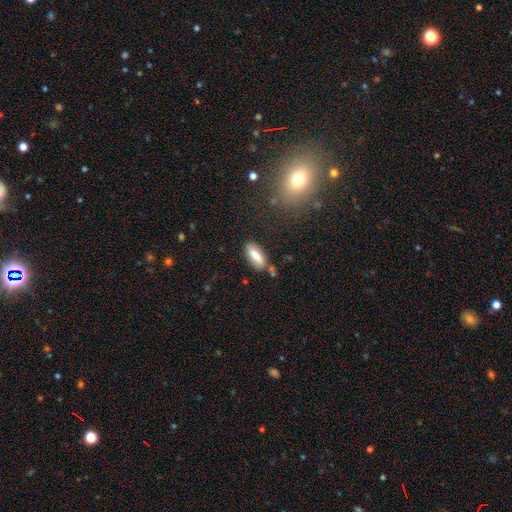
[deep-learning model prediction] Smooth or featured: smooth — 77% (featured or disk — 15%)
How rounded: in between — 77% (cigar-shaped — 20%)
Merging: none — 74% (minor disturbance — 16%)